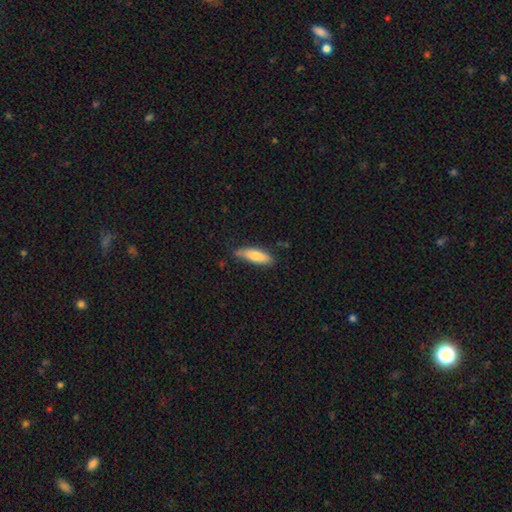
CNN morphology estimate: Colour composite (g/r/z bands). It shows a smooth galaxy with no disk features (78%) that is cigar-shaped (53%). Merging: none (72%).